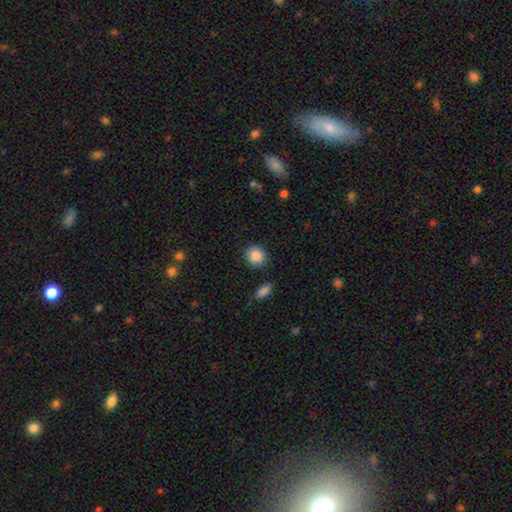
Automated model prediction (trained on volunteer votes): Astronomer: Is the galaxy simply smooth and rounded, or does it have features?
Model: smooth — 88%.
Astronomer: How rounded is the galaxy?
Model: round — 85%.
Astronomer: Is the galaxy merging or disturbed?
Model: none — 87%.